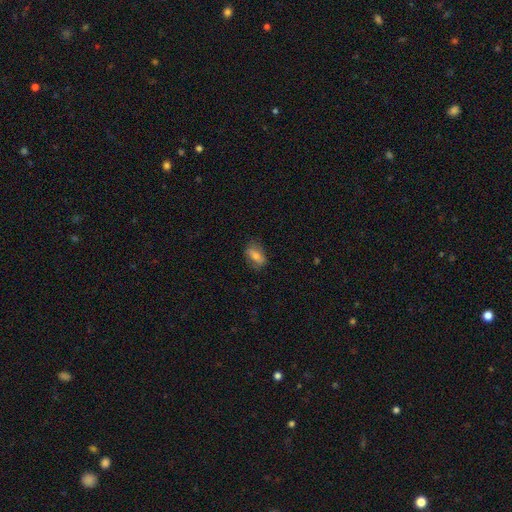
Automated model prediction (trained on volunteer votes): smooth-or-featured: smooth: 67% | featured or disk: 25% | star or artifact: 8%
  how-rounded: in between: 82% | round: 10% | cigar-shaped: 8%
  merging: none: 77% | minor disturbance: 17% | major disturbance: 5% | merger: 1%